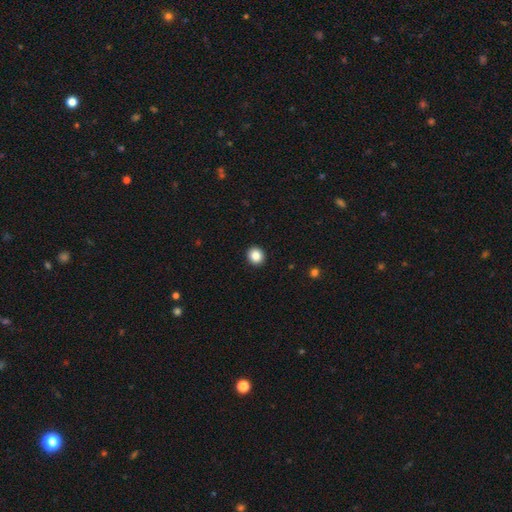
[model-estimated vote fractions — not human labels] smooth-or-featured: smooth: 86% | star or artifact: 9% | featured or disk: 5%
  how-rounded: round: 84% | in between: 15% | cigar-shaped: 1%
  merging: none: 93% | minor disturbance: 4% | major disturbance: 1% | merger: 1%